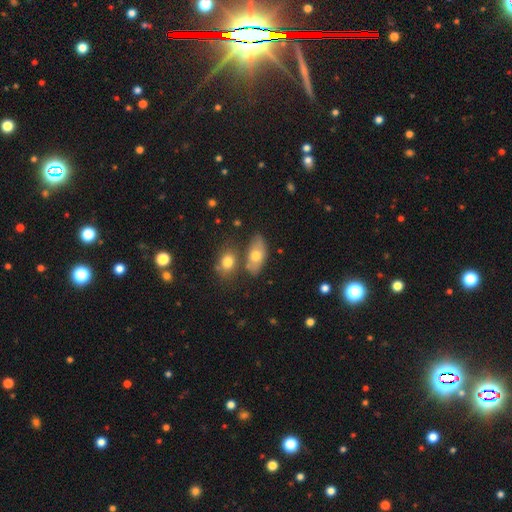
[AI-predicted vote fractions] Overall: smooth (67%). How rounded: in between (89%). Merging: none (62%).